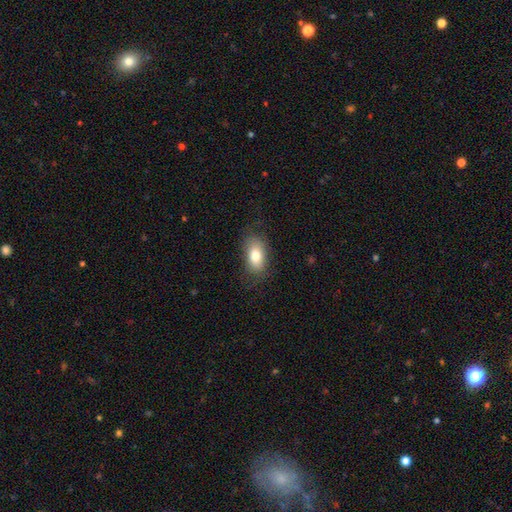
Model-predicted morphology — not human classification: Overall: smooth (79%). How rounded: in between (90%). Merging: none (79%).